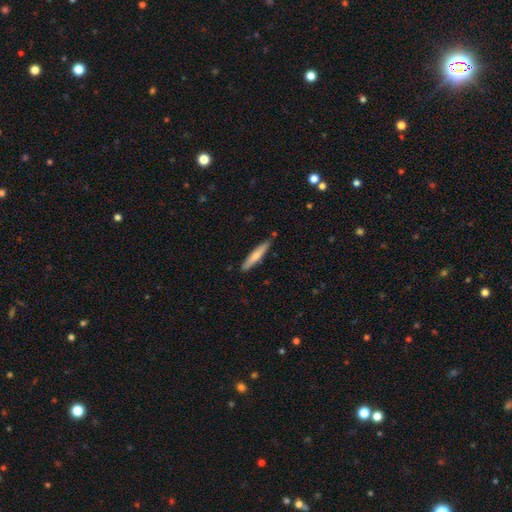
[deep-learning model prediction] A smooth galaxy with no disk features (66%) that is cigar-shaped (90%).

Vote fractions:
- Smooth or featured? smooth: 66% / featured or disk: 29% / star or artifact: 5%
- How rounded? cigar-shaped: 90% / in between: 8% / round: 1%
- Merging? none: 85% / minor disturbance: 11% / merger: 3% / major disturbance: 2%